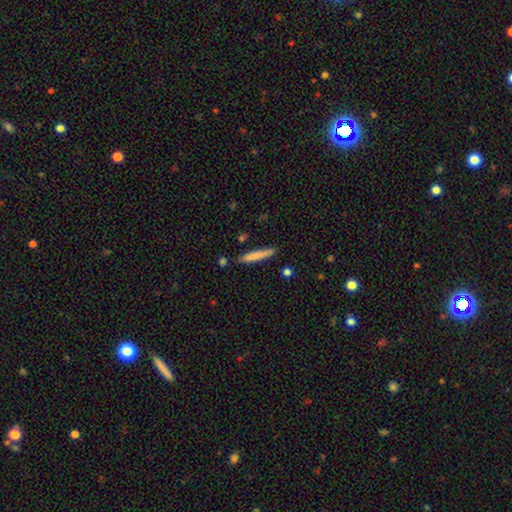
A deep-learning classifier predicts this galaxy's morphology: The model was most divided on "smooth or featured": smooth: 77%, featured or disk: 16%, star or artifact: 6%. More confident: how rounded — cigar-shaped (94%); merging — none (83%).